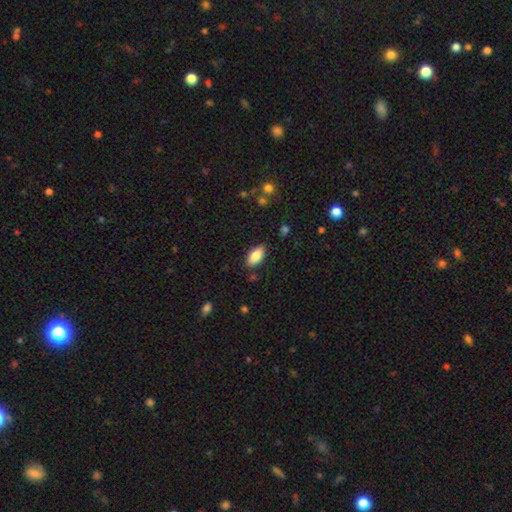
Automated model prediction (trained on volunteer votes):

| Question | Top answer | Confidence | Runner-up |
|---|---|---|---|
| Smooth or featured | smooth | 86% | featured or disk (7%) |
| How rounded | in between | 90% | cigar-shaped (8%) |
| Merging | none | 86% | minor disturbance (11%) |